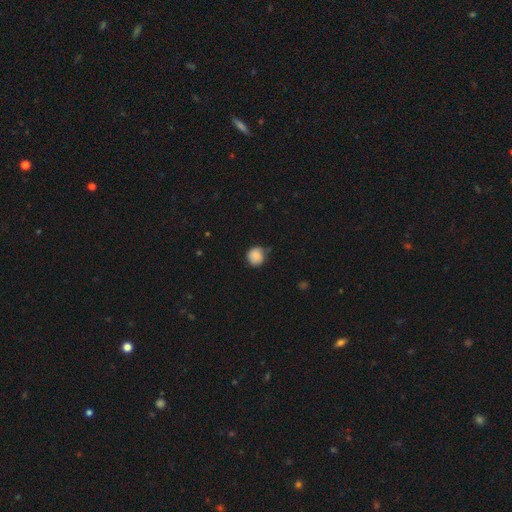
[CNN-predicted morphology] Smooth or featured? Predicted: smooth (p=0.82). How rounded? Predicted: round (p=0.89). Merging? Predicted: none (p=0.64).